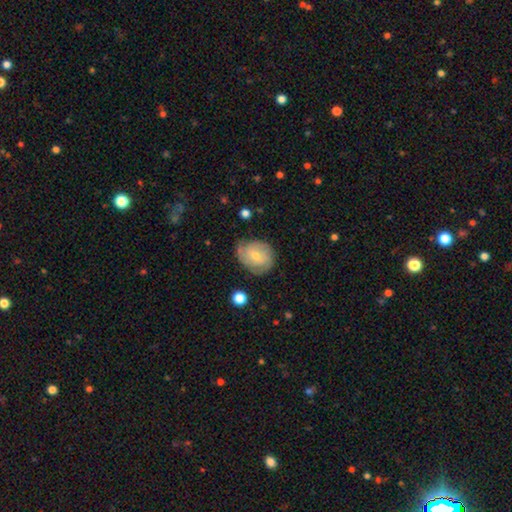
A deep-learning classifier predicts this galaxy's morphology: type=featured or disk (62%); edge-on=no (97%); bar=no (54%); spiral arms=yes (86%); winding=tight (61%); arm count=2 (38%); bulge=small (50%); merging=none (70%).